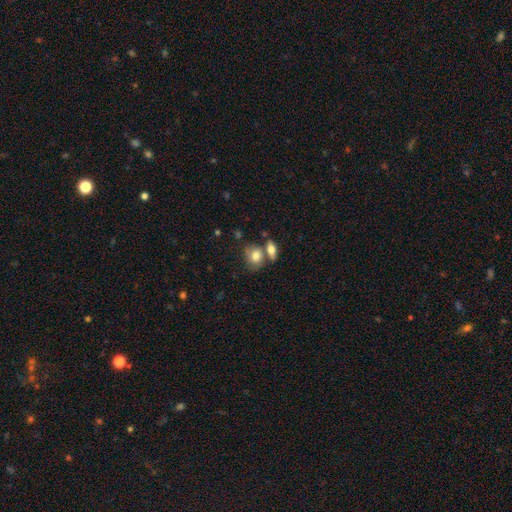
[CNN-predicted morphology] Smooth or featured? Predicted: smooth (p=0.78). How rounded? Predicted: in between (p=0.58). Merging? Predicted: none (p=0.49).